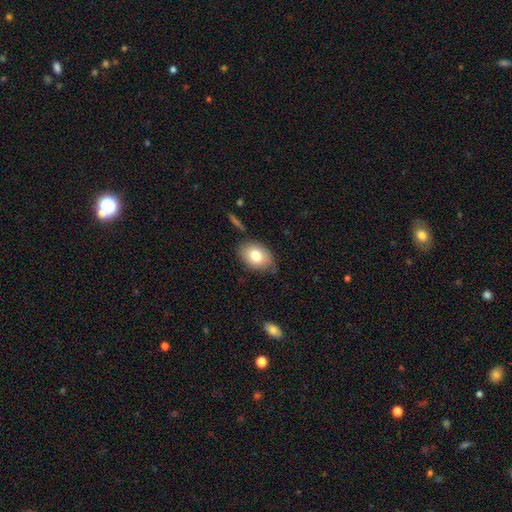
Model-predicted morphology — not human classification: This is likely a smooth galaxy (79%). How rounded: likely in between (80%). Merging: likely none (79%).